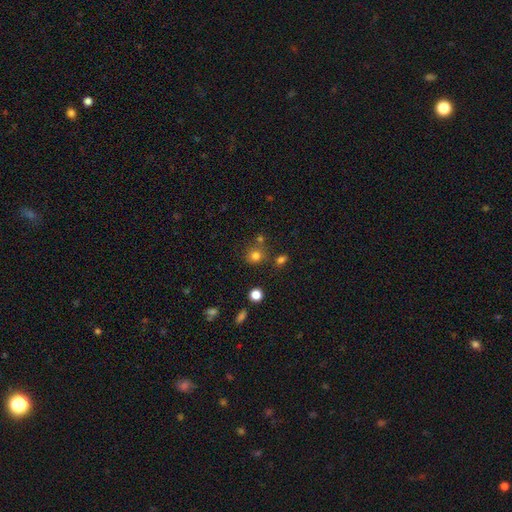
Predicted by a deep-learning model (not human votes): smooth_or_featured: smooth (p=0.77) [alt: star or artifact p=0.16]
how_rounded: round (p=0.85) [alt: in between p=0.14]
merging: none (p=0.71) [alt: merger p=0.13]